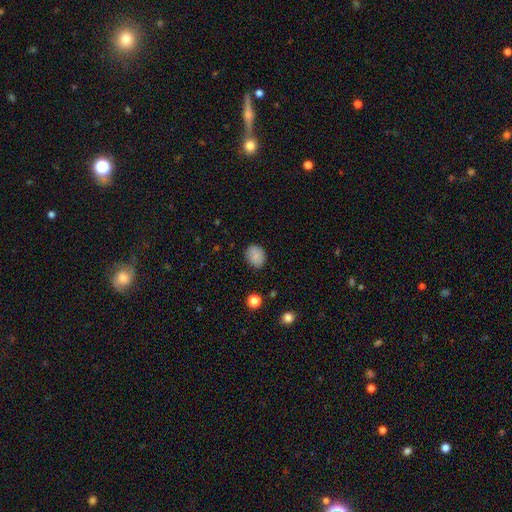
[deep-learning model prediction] This appears to be a smooth galaxy with no disk features (85%) that is in between round and cigar-shaped (51%). Merging: none (84%).